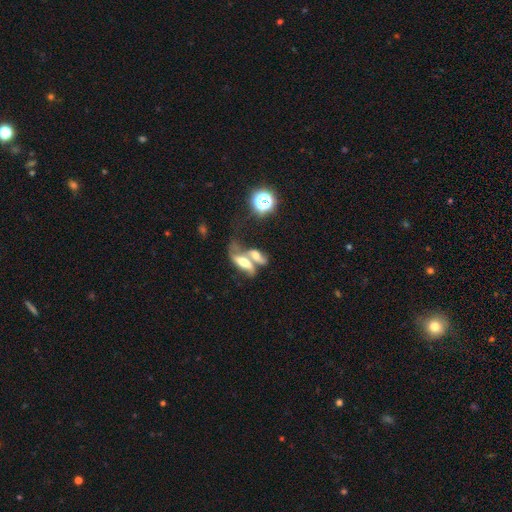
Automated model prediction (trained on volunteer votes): smooth_or_featured: featured or disk (p=0.44) [alt: smooth p=0.43]
merging: merger (p=0.65) [alt: none p=0.20]